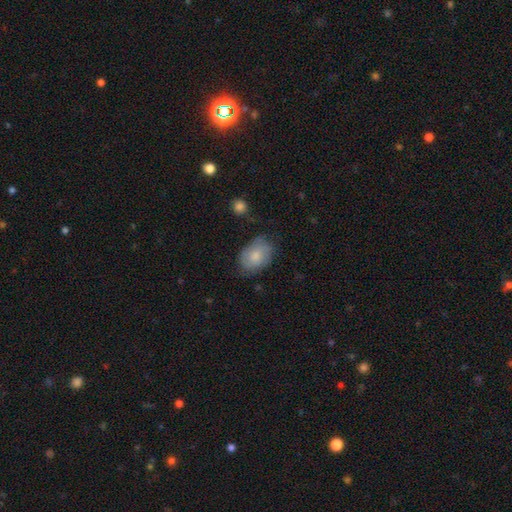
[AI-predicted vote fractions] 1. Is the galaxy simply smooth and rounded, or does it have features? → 70% smooth, 23% featured or disk, 7% star or artifact.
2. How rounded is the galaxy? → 80% in between, 19% round, 1% cigar-shaped.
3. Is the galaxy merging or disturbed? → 66% none, 24% minor disturbance, 7% major disturbance, 2% merger.